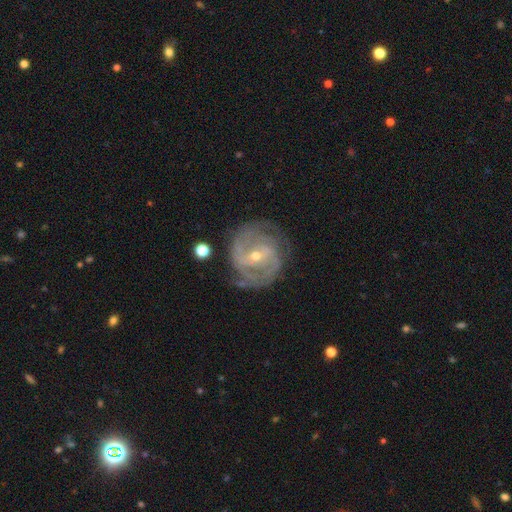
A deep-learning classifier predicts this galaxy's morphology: Smooth or featured?
  - featured or disk: 89% *
  - smooth: 6%
  - star or artifact: 5%
Edge-on disk?
  - no: 97% *
  - yes: 3%
Bar?
  - weak: 46% *
  - strong: 29%
  - no: 25%
Spiral arms?
  - yes: 97% *
  - no: 3%
Spiral winding?
  - tight: 53% *
  - medium: 39%
  - loose: 8%
Spiral arm count?
  - 2: 60% *
  - 3: 15%
  - can't tell: 13%
  - 4: 5%
  - 1: 4%
  - more than 4: 3%
Bulge size?
  - small: 63% *
  - moderate: 34%
  - large: 1%
  - none: 1%
  - dominant: 1%
Merging?
  - none: 75% *
  - minor disturbance: 16%
  - major disturbance: 7%
  - merger: 2%